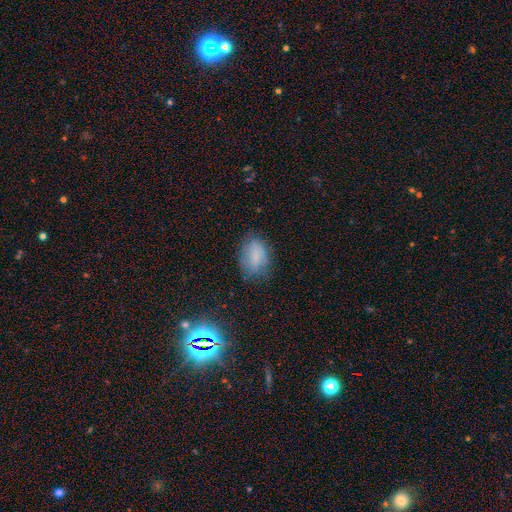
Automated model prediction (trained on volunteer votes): Q: Smooth or featured?
A: smooth (75%); runner-up: featured or disk (14%)
Q: How rounded?
A: in between (81%); runner-up: round (17%)
Q: Merging?
A: none (69%); runner-up: minor disturbance (22%)